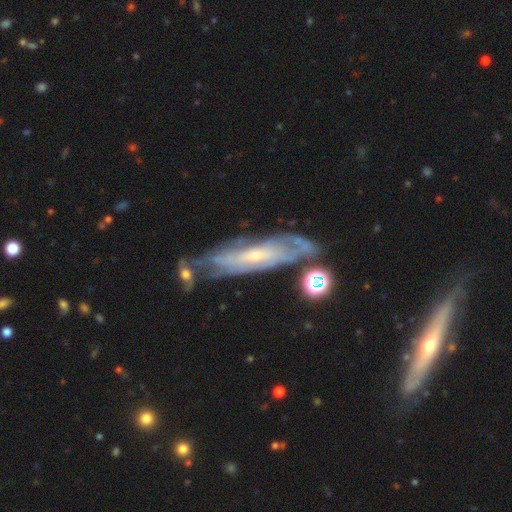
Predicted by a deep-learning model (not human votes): A featured or disk galaxy (77%) with no bar (55%), spiral arms (84%) and a small central bulge (66%).

Vote fractions:
- Smooth or featured? featured or disk: 77% / smooth: 16% / star or artifact: 7%
- Edge-on disk? no: 70% / yes: 30%
- Bar? no: 55% / weak: 34% / strong: 11%
- Spiral arms? yes: 84% / no: 16%
- Bulge size? small: 66% / moderate: 25% / none: 5% / large: 2% / dominant: 1%
- Merging? none: 63% / minor disturbance: 20% / merger: 9% / major disturbance: 9%